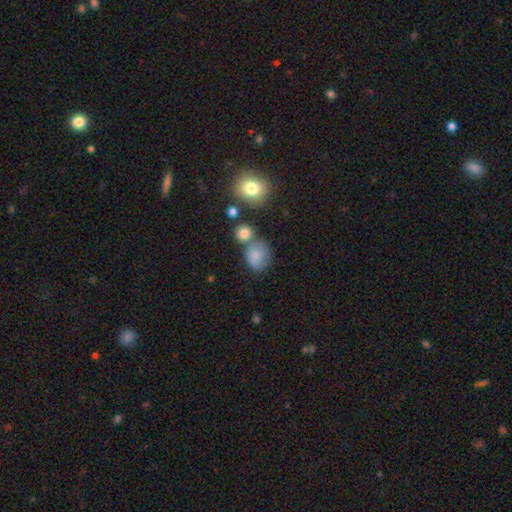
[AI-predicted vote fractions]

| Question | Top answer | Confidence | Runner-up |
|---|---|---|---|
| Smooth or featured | smooth | 74% | featured or disk (14%) |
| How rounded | round | 57% | in between (41%) |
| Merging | none | 47% | minor disturbance (22%) |